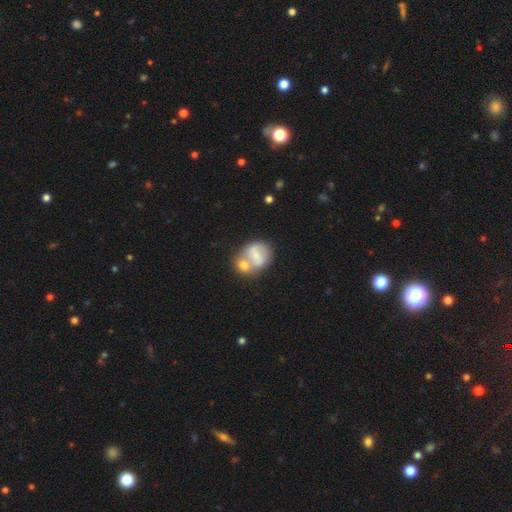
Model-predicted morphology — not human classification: The model was most divided on "smooth or featured": smooth: 57%, featured or disk: 36%, star or artifact: 7%. More confident: how rounded — round (63%); merging — merger (60%).